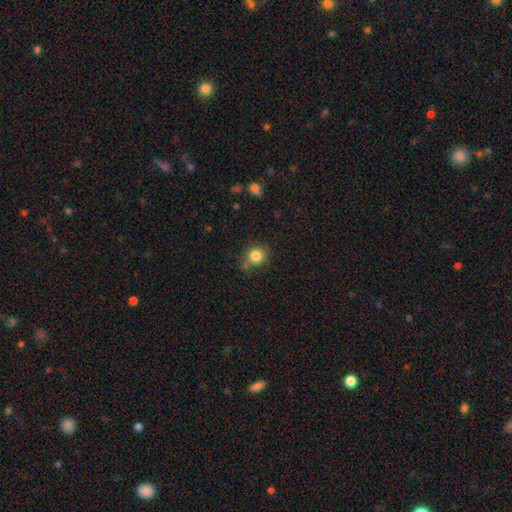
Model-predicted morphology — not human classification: This is clearly a smooth galaxy (84%). How rounded: clearly round (82%). Merging: likely none (76%).